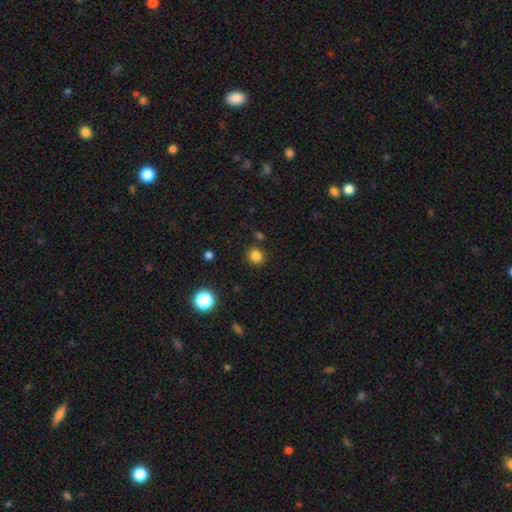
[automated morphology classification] This appears to be a smooth galaxy with no disk features (82%) that is round (87%). Merging: none (85%).